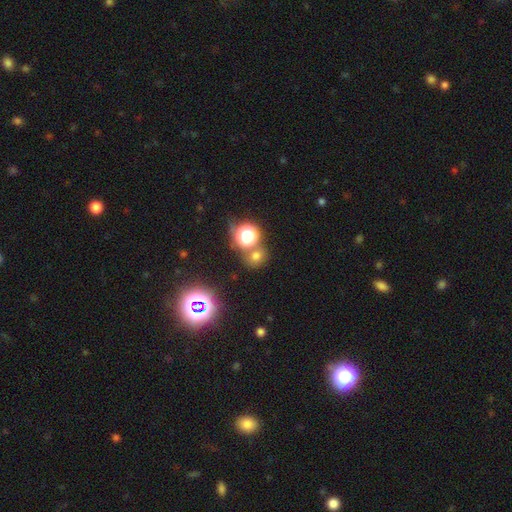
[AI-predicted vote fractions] A smooth galaxy with no disk features (60%) that is round (76%).

Vote fractions:
- Smooth or featured? smooth: 60% / star or artifact: 32% / featured or disk: 8%
- How rounded? round: 76% / in between: 22% / cigar-shaped: 1%
- Merging? none: 67% / merger: 19% / minor disturbance: 10% / major disturbance: 4%